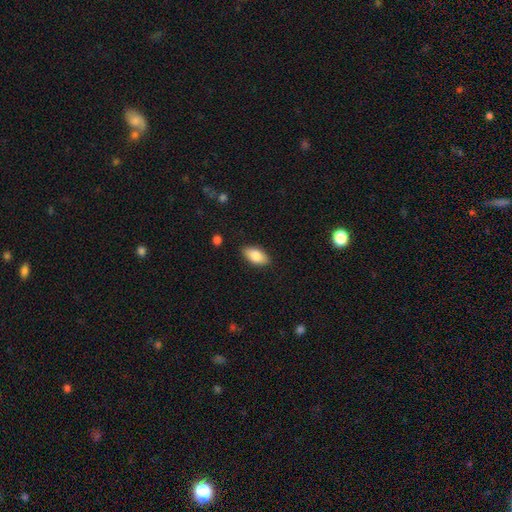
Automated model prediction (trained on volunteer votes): smooth 83%, featured or disk 10%, star or artifact 7%. Down the decision tree: how rounded — in between (92%); merging — none (87%).